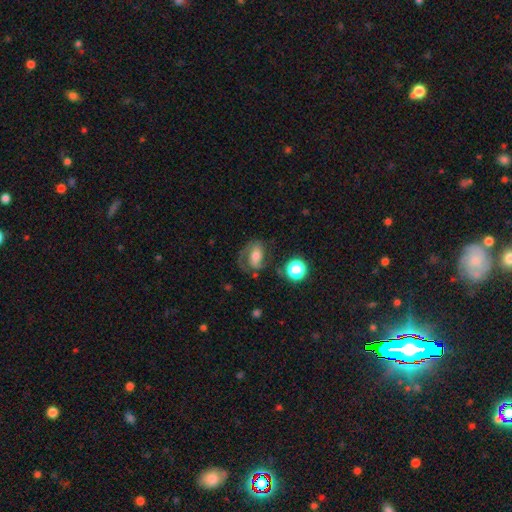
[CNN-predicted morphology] type=featured or disk (62%); edge-on=no (96%); bar=no (46%); spiral arms=yes (87%); winding=medium (47%); arm count=2 (54%); bulge=moderate (53%); merging=none (49%).